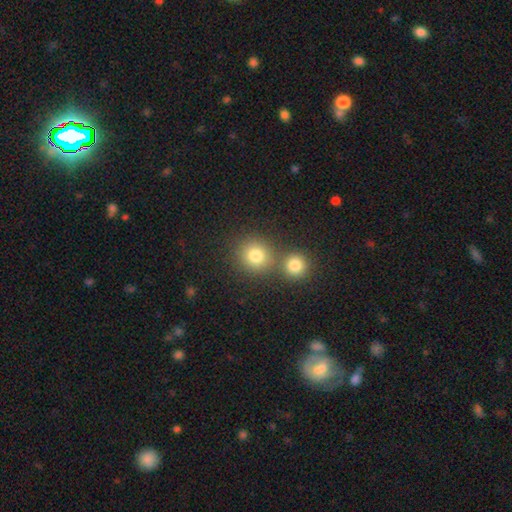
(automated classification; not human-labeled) This appears to be a smooth galaxy with no disk features (80%) that is round (87%). Merging: none (62%).